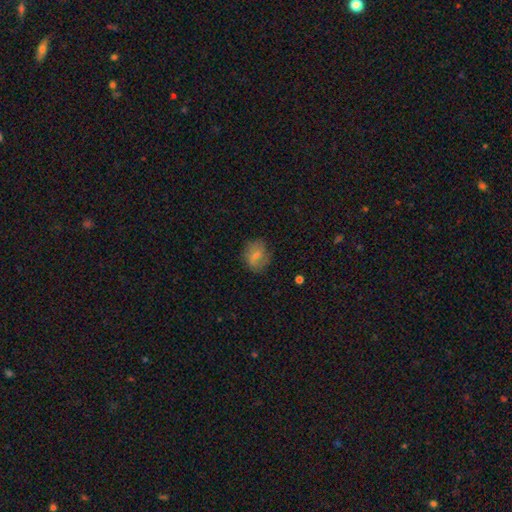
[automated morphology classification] Smooth or featured? Predicted: smooth (p=0.68). How rounded? Predicted: round (p=0.59). Merging? Predicted: none (p=0.76).